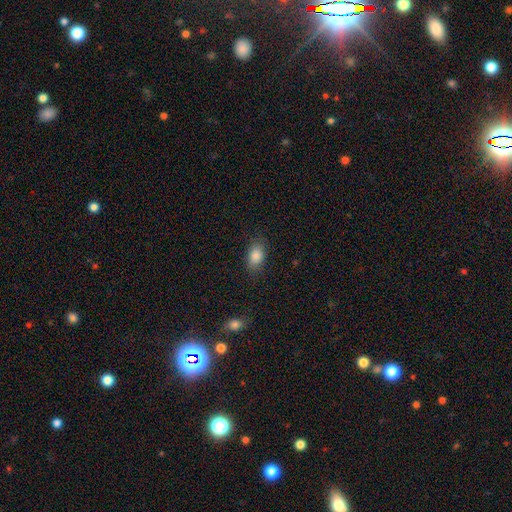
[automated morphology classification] This appears to be a smooth galaxy with no disk features (87%) that is in between round and cigar-shaped (87%). Merging: none (81%).